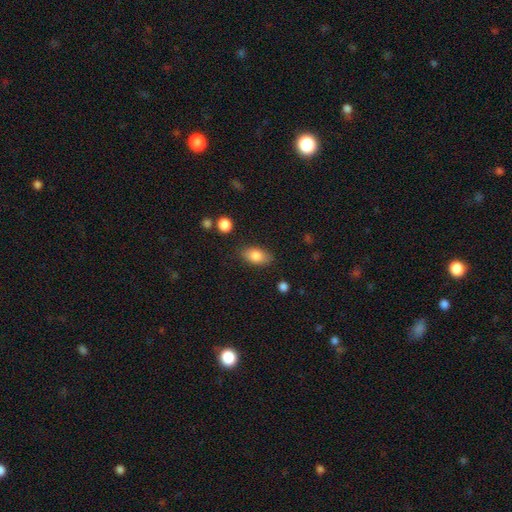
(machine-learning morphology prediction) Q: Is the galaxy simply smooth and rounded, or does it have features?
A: smooth — 83%.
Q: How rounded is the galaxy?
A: in between — 89%.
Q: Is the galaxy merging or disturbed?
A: none — 82%.